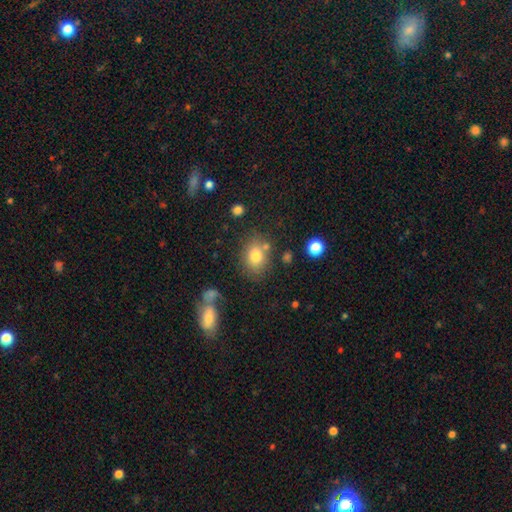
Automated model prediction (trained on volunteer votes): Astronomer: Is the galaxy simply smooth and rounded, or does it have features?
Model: smooth — 78%.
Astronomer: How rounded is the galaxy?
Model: in between — 54% (runner-up: round, 45%).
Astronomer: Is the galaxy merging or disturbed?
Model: none — 72%.